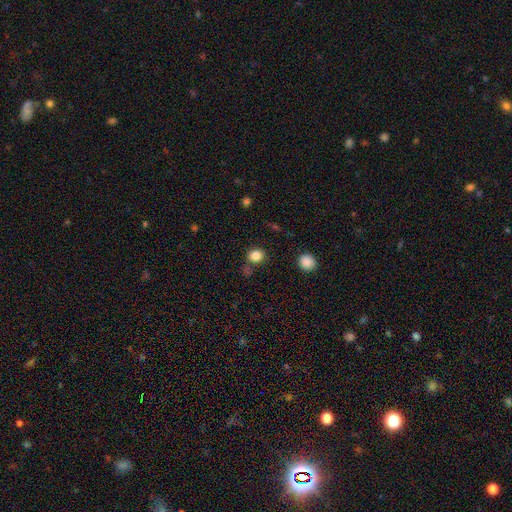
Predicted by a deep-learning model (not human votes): This is clearly a smooth galaxy (84%). How rounded: likely round (75%). Merging: likely none (77%).